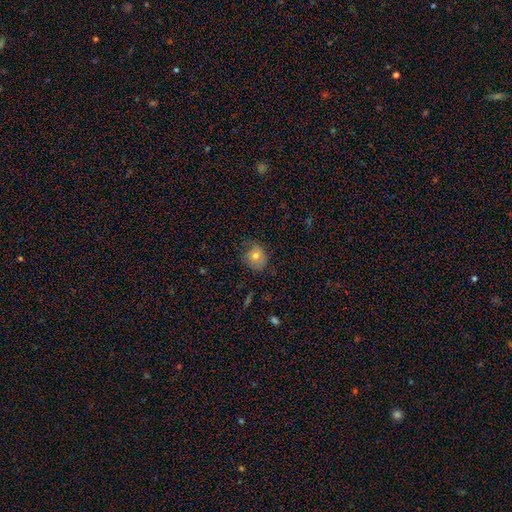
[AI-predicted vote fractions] This is likely a smooth galaxy (68%). How rounded: likely round (73%). Merging: likely none (67%).